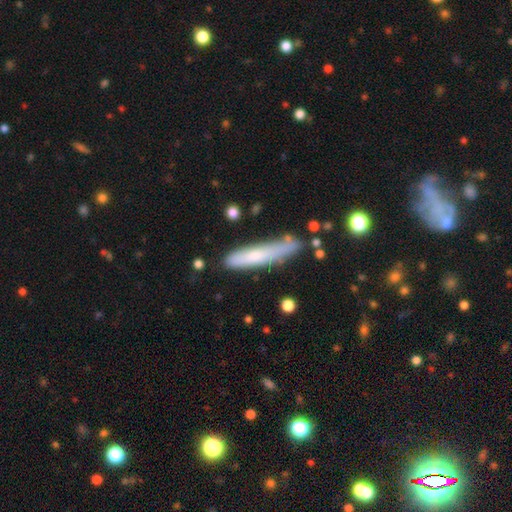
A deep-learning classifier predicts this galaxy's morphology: A smooth galaxy with no disk features (68%) that is cigar-shaped (89%).

Vote fractions:
- Smooth or featured? smooth: 68% / featured or disk: 25% / star or artifact: 6%
- How rounded? cigar-shaped: 89% / in between: 10% / round: 1%
- Merging? none: 63% / minor disturbance: 25% / major disturbance: 7% / merger: 5%